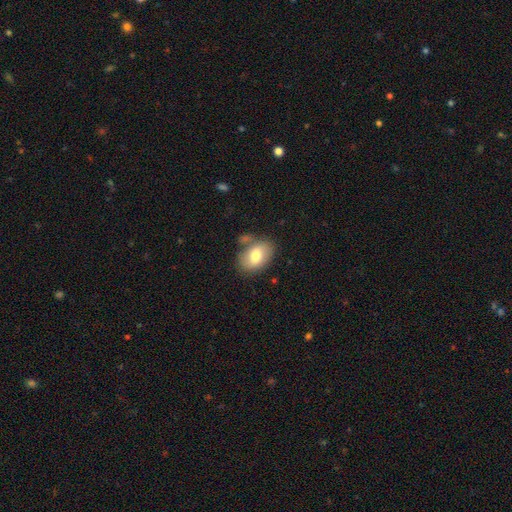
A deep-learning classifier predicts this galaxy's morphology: Q: Smooth or featured?
A: smooth (73%); runner-up: featured or disk (20%)
Q: How rounded?
A: in between (83%); runner-up: round (16%)
Q: Merging?
A: none (67%); runner-up: minor disturbance (17%)